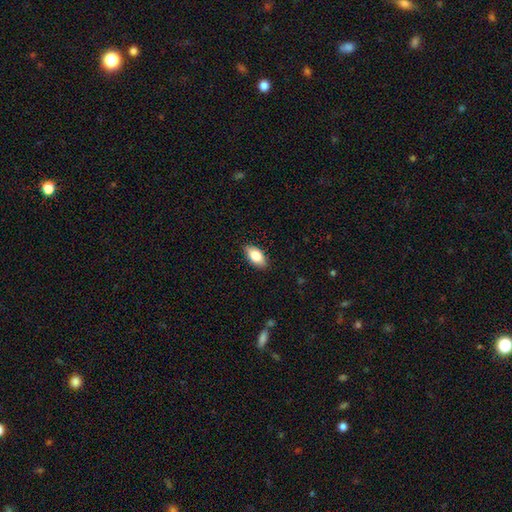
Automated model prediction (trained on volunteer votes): Q: Smooth or featured?
A: smooth (82%); runner-up: featured or disk (11%)
Q: How rounded?
A: in between (91%); runner-up: cigar-shaped (4%)
Q: Merging?
A: none (87%); runner-up: minor disturbance (10%)